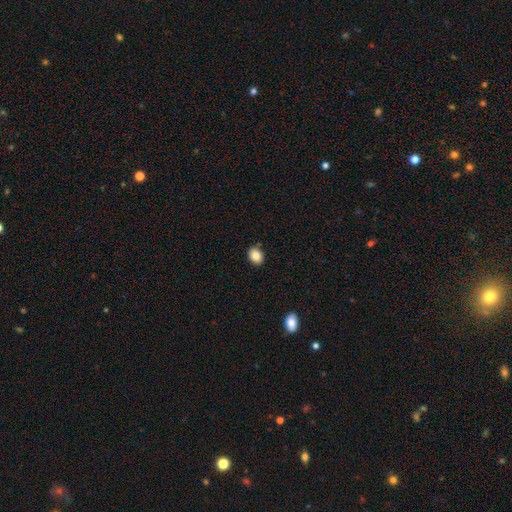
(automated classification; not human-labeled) A smooth galaxy with no disk features (86%) that is in between round and cigar-shaped (59%). Merging: none (87%).